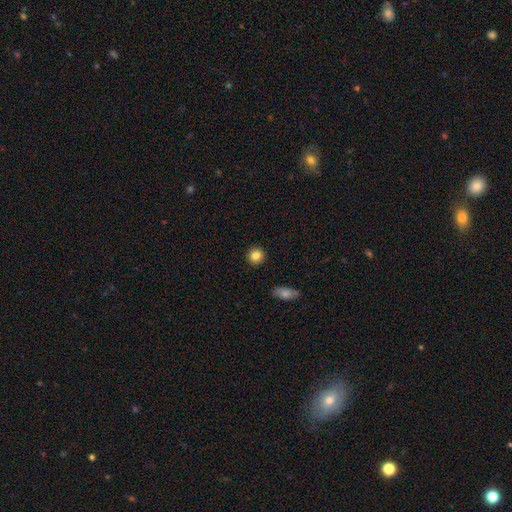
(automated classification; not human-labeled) Smooth or featured? smooth (84%)
How rounded? round (92%)
Merging? none (92%)